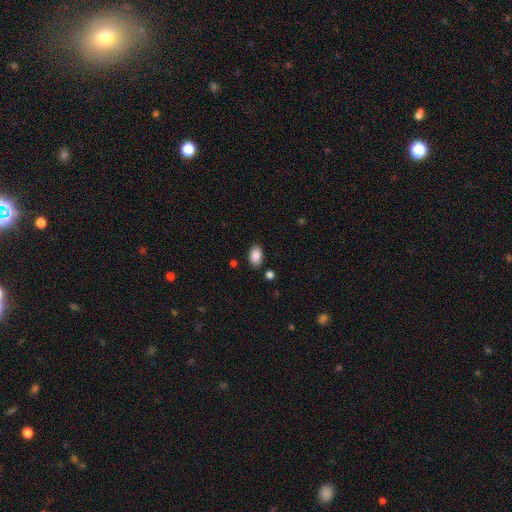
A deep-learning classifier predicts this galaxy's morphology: Q: Smooth or featured?
A: smooth (89%); runner-up: star or artifact (7%)
Q: How rounded?
A: in between (90%); runner-up: round (8%)
Q: Merging?
A: none (85%); runner-up: minor disturbance (9%)